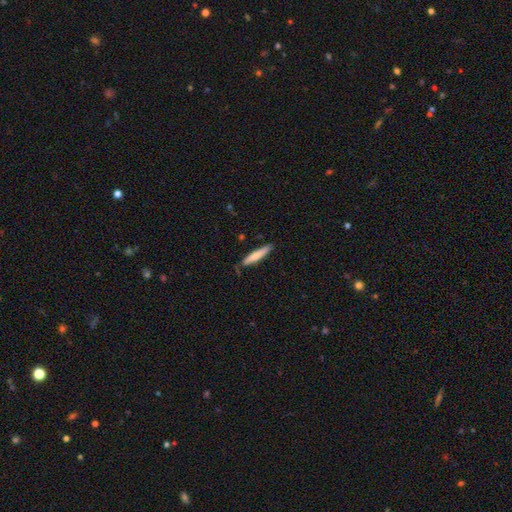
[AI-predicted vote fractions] Smooth or featured? Predicted: smooth (p=0.69). How rounded? Predicted: cigar-shaped (p=0.91). Merging? Predicted: none (p=0.80).